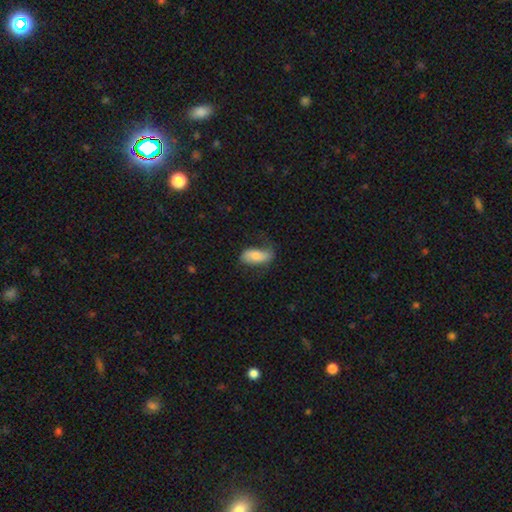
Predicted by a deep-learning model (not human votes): Smooth or featured?
  - smooth: 61% *
  - featured or disk: 32%
  - star or artifact: 7%
How rounded?
  - in between: 84% *
  - cigar-shaped: 13%
  - round: 3%
Merging?
  - none: 60% *
  - minor disturbance: 26%
  - major disturbance: 13%
  - merger: 2%